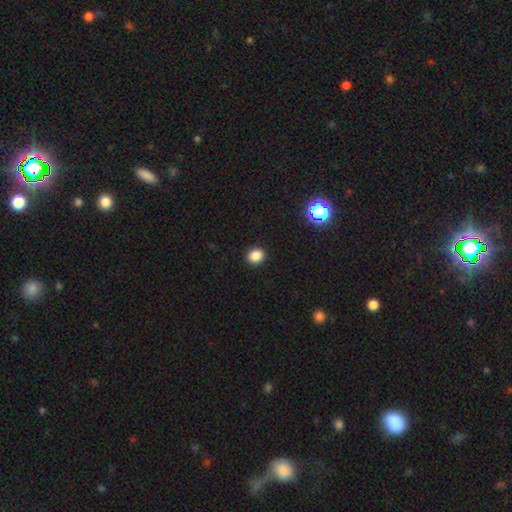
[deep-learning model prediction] This is clearly a smooth galaxy (85%). How rounded: likely round (61%). Merging: clearly none (91%).